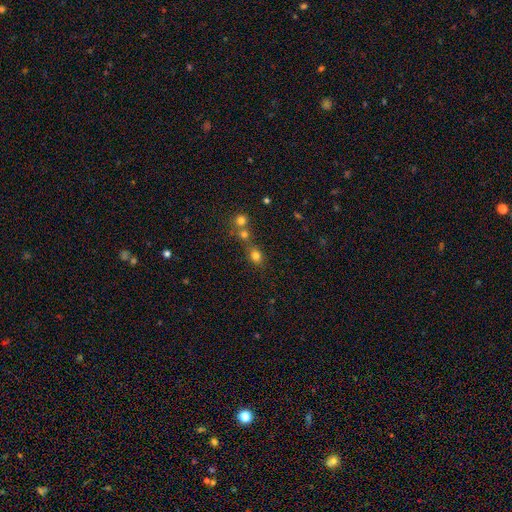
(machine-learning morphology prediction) A smooth galaxy with no disk features (76%) that is round (58%). Merging: none (56%).